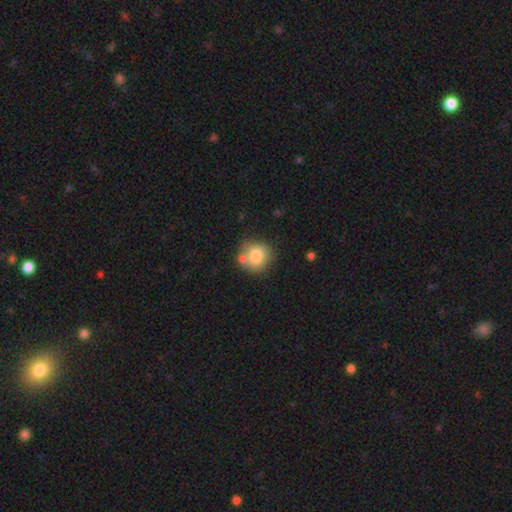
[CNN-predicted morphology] Smooth or featured? smooth (79%)
How rounded? round (87%)
Merging? none (63%)